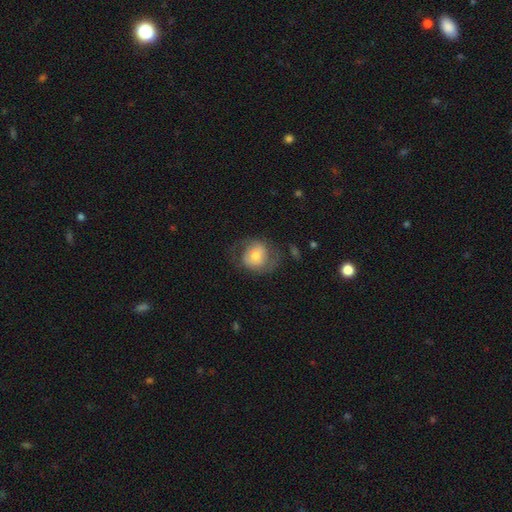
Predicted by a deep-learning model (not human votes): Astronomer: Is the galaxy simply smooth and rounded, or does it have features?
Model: featured or disk — 53% (runner-up: smooth, 40%).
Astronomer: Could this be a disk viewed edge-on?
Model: no — 97%.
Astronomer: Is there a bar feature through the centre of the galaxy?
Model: no — 63%.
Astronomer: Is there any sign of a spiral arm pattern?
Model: yes — 74%.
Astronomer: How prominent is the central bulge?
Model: moderate — 54% (runner-up: small, 31%).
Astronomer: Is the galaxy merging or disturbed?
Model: none — 62%.